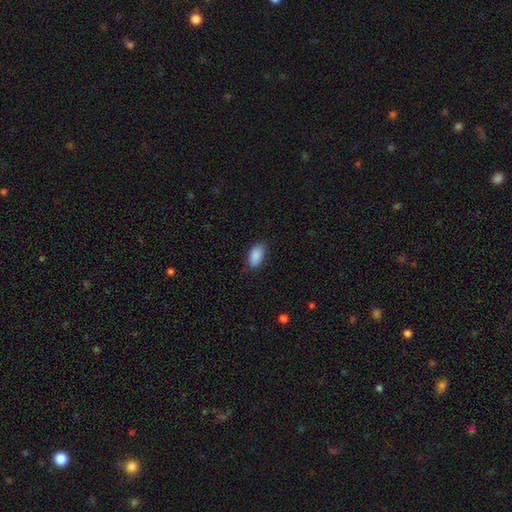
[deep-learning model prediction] Morphology: type=smooth (90%); roundness=in between (94%); merging=none (83%).